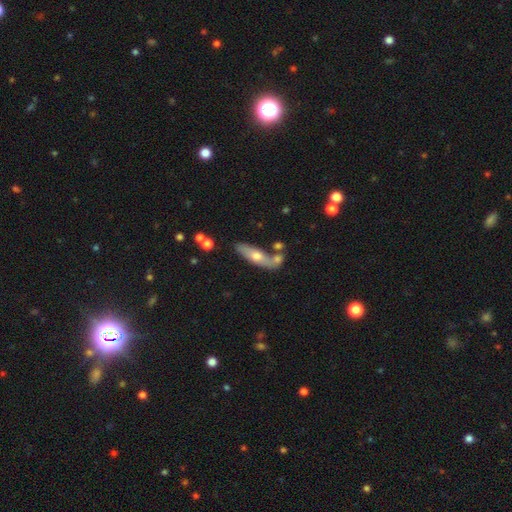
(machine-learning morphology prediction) This appears to be a smooth galaxy with no disk features (48%). Merging: none (61%).